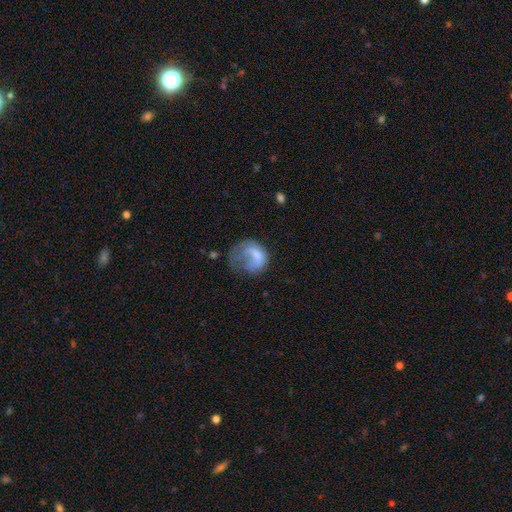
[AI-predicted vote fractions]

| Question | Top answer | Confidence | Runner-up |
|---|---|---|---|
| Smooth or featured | smooth | 55% | featured or disk (36%) |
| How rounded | round | 55% | in between (44%) |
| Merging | major disturbance | 55% | none (21%) |